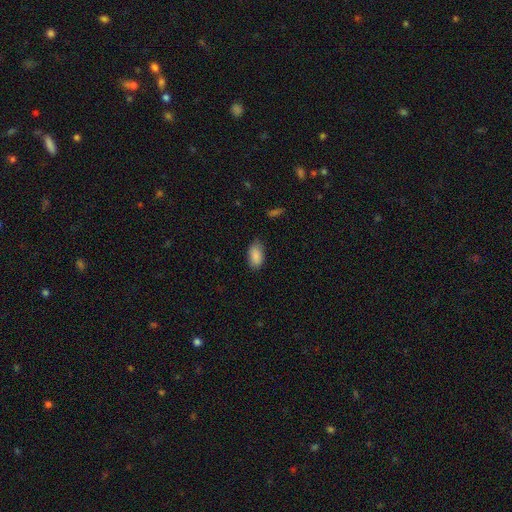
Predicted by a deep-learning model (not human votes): A smooth galaxy with no disk features (88%) that is in between round and cigar-shaped (93%).

Vote fractions:
- Smooth or featured? smooth: 88% / star or artifact: 7% / featured or disk: 5%
- How rounded? in between: 93% / round: 4% / cigar-shaped: 3%
- Merging? none: 78% / minor disturbance: 18% / major disturbance: 3% / merger: 1%